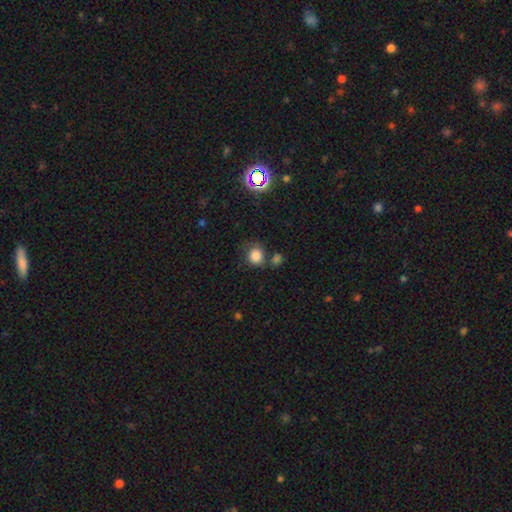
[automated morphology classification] A smooth galaxy with no disk features (80%) that is round (80%).

Vote fractions:
- Smooth or featured? smooth: 80% / star or artifact: 13% / featured or disk: 6%
- How rounded? round: 80% / in between: 19% / cigar-shaped: 1%
- Merging? none: 64% / merger: 15% / minor disturbance: 15% / major disturbance: 6%